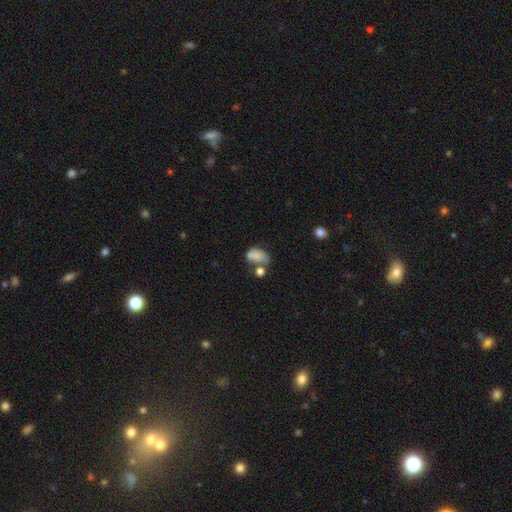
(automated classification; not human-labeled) Smooth or featured?
  - smooth: 72% *
  - featured or disk: 17%
  - star or artifact: 11%
How rounded?
  - in between: 83% *
  - round: 16%
  - cigar-shaped: 2%
Merging?
  - merger: 36% *
  - none: 27%
  - minor disturbance: 20%
  - major disturbance: 17%